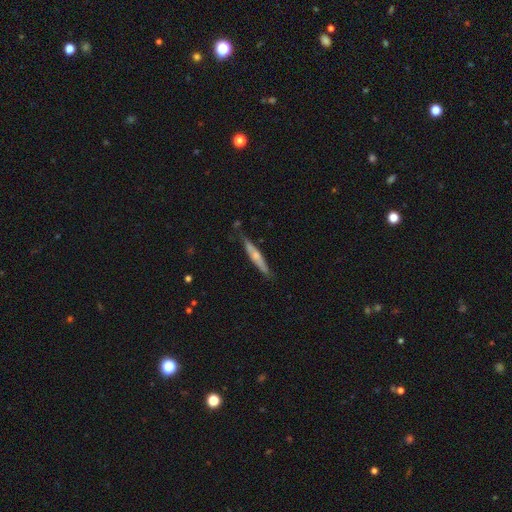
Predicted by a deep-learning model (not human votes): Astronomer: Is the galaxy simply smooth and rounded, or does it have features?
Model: smooth — 49% (runner-up: featured or disk, 45%).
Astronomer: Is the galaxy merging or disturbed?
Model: none — 76%.